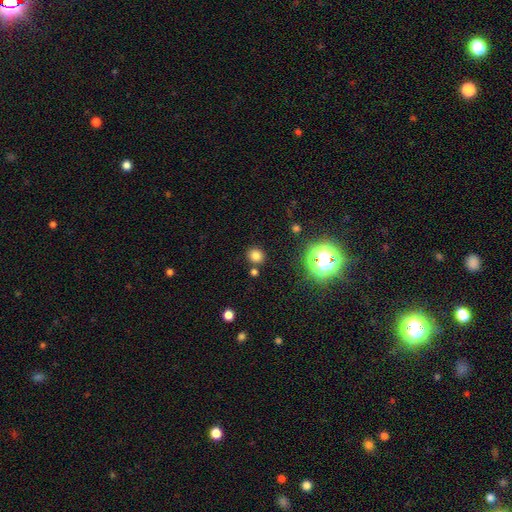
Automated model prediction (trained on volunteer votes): Smooth or featured: smooth — 76% (star or artifact — 18%)
How rounded: round — 85% (in between — 14%)
Merging: none — 82% (minor disturbance — 8%)